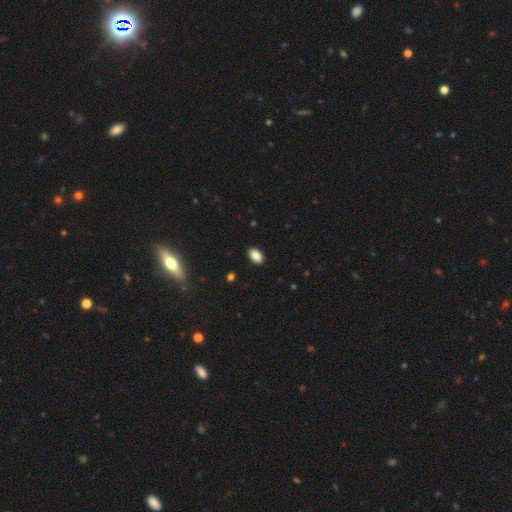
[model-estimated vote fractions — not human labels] smooth_or_featured: smooth (p=0.87) [alt: star or artifact p=0.08]
how_rounded: in between (p=0.91) [alt: round p=0.07]
merging: none (p=0.90) [alt: minor disturbance p=0.07]